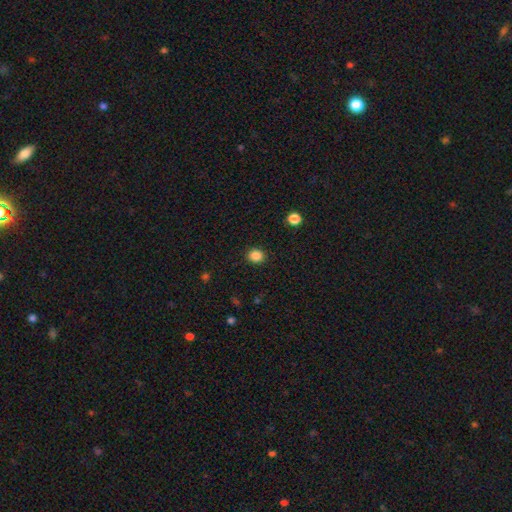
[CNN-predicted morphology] type=smooth (86%); roundness=round (72%); merging=none (91%).